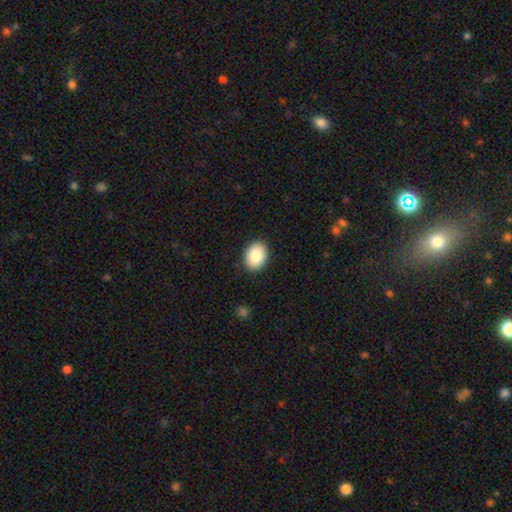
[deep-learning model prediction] This appears to be a smooth galaxy with no disk features (87%) that is in between round and cigar-shaped (70%). Merging: none (90%).